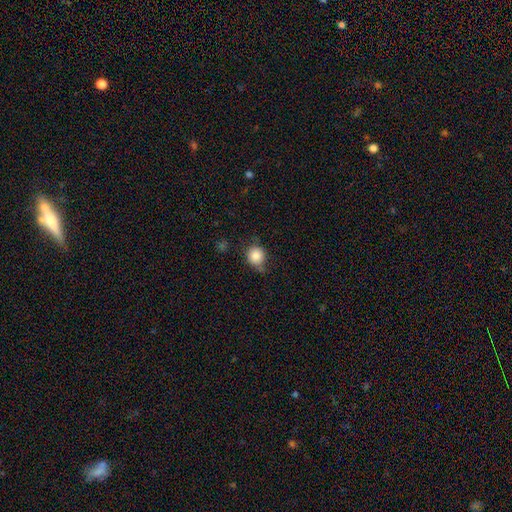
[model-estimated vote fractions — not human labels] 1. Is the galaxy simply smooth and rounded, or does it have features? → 81% smooth, 10% star or artifact, 8% featured or disk.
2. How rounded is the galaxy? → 85% round, 14% in between, 1% cigar-shaped.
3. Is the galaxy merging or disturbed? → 60% none, 29% minor disturbance, 7% major disturbance, 3% merger.